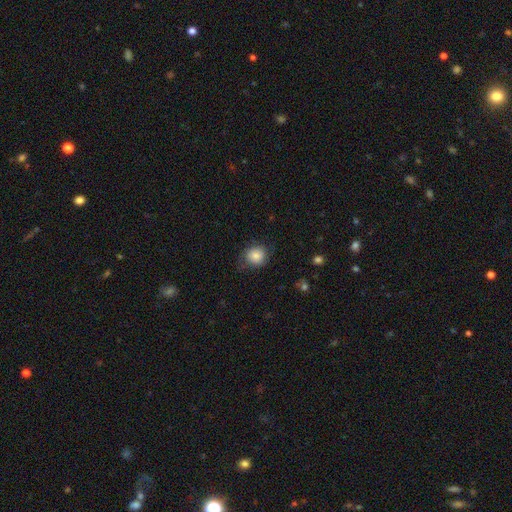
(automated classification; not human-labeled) Overall: smooth (80%). How rounded: round (79%). Merging: none (70%).